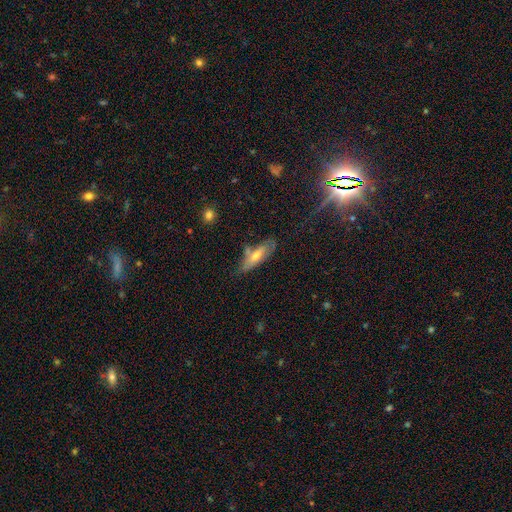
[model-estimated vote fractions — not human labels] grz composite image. It shows a smooth galaxy with no disk features (50%) that is cigar-shaped (50%). Merging: none (57%).